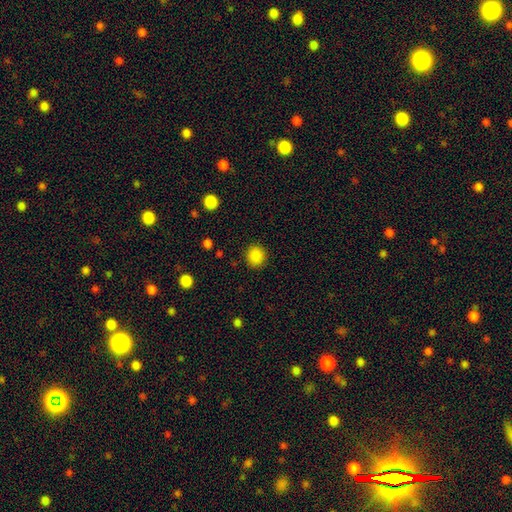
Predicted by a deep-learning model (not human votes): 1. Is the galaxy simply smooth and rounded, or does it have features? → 87% smooth, 10% star or artifact, 3% featured or disk.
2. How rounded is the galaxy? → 84% round, 15% in between, 1% cigar-shaped.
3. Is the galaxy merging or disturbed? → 89% none, 7% minor disturbance, 3% major disturbance, 1% merger.